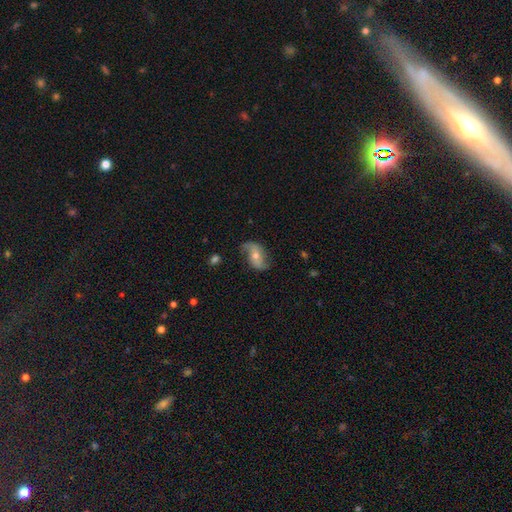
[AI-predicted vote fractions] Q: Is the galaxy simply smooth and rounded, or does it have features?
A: featured or disk — 72%.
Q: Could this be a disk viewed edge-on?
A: no — 95%.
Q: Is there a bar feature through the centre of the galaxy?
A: no — 55%.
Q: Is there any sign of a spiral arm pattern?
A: yes — 90%.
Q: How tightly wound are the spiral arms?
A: loose — 67%.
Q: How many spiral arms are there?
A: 2 — 89%.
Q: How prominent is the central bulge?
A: moderate — 50%.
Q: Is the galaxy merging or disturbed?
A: none — 69%.